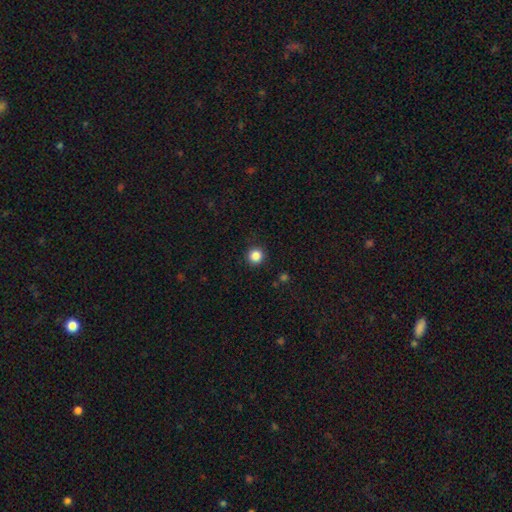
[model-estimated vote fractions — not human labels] A smooth galaxy with no disk features (86%) that is round (95%).

Vote fractions:
- Smooth or featured? smooth: 86% / star or artifact: 11% / featured or disk: 3%
- How rounded? round: 95% / in between: 4% / cigar-shaped: 1%
- Merging? none: 92% / minor disturbance: 5% / major disturbance: 2% / merger: 1%